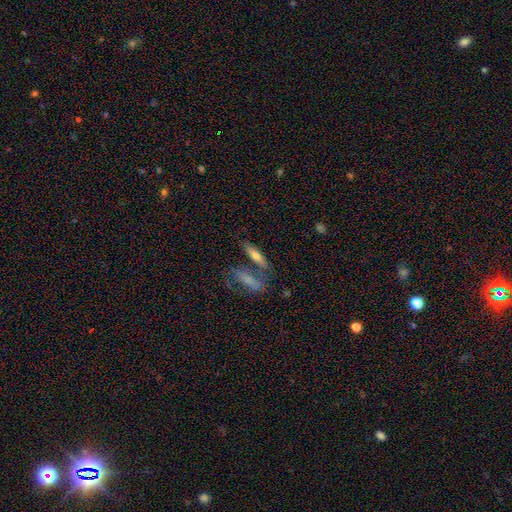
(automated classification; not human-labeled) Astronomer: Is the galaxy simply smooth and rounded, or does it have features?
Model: smooth — 58% (runner-up: featured or disk, 34%).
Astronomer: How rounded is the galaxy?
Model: cigar-shaped — 64%.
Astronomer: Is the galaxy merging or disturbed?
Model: none — 62%.